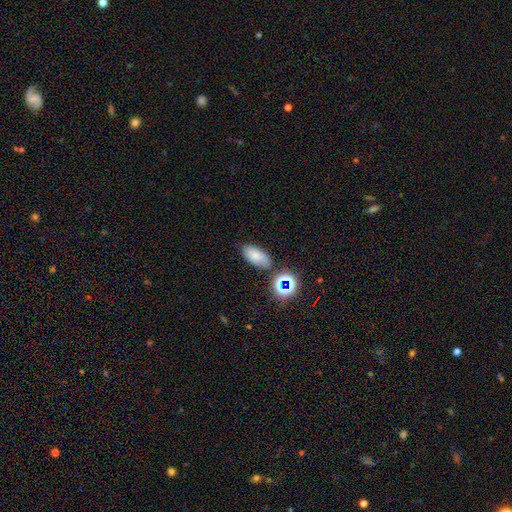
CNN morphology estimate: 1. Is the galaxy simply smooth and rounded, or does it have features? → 73% smooth, 16% star or artifact, 12% featured or disk.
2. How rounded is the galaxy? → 90% in between, 6% round, 4% cigar-shaped.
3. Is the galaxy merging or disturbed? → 72% none, 17% minor disturbance, 7% merger, 5% major disturbance.